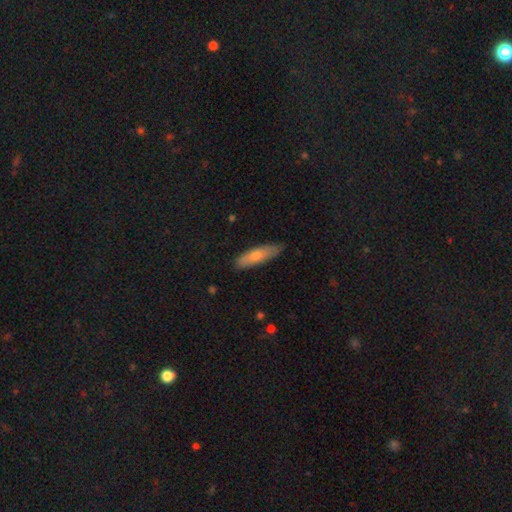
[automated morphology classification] This is likely a smooth galaxy (66%). How rounded: likely cigar-shaped (67%). Merging: clearly none (83%).